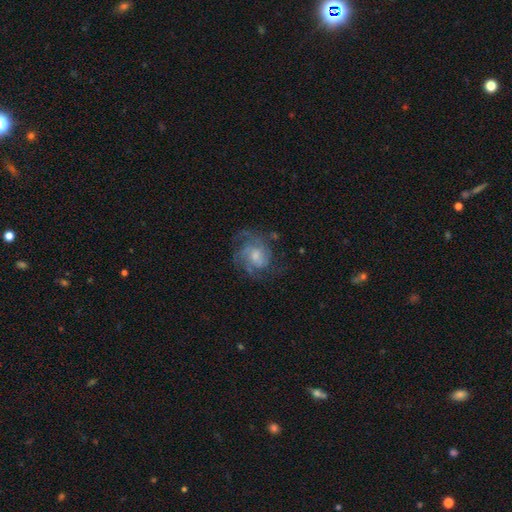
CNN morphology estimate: Smooth or featured? featured or disk (70%)
Edge-on disk? no (98%)
Bar? no (69%)
Spiral arms? yes (85%)
Spiral winding? medium (43%)
Spiral arm count? can't tell (37%)
Bulge size? small (45%)
Merging? none (58%)